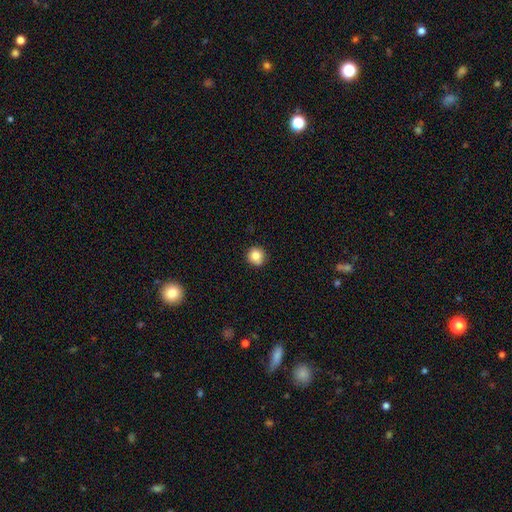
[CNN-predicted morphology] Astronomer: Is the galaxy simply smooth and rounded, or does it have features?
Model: smooth — 84%.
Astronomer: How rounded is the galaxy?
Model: round — 93%.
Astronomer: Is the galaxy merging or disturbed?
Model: none — 89%.